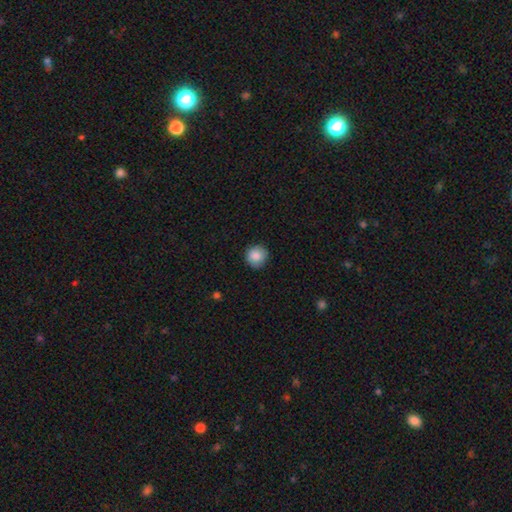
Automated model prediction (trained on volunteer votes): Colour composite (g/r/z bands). It shows a smooth galaxy with no disk features (86%) that is round (92%). Merging: none (86%).